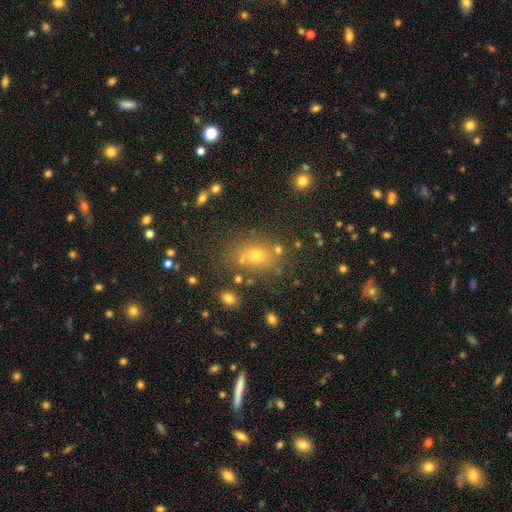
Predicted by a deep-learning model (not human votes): Smooth or featured: smooth — 63% (star or artifact — 24%)
How rounded: in between — 58% (round — 40%)
Merging: none — 70% (minor disturbance — 14%)